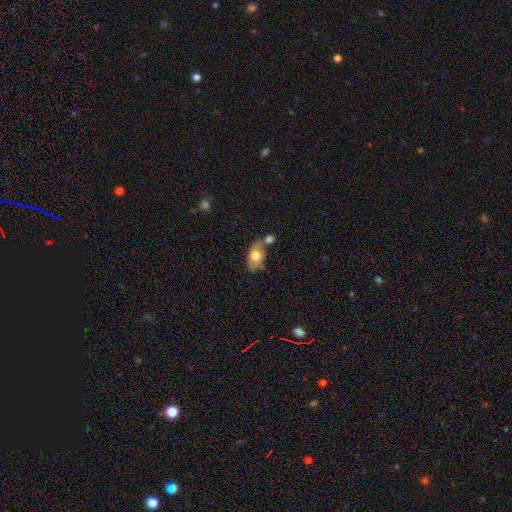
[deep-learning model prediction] Q: Smooth or featured?
A: smooth (70%); runner-up: featured or disk (23%)
Q: How rounded?
A: in between (86%); runner-up: round (12%)
Q: Merging?
A: none (50%); runner-up: merger (27%)